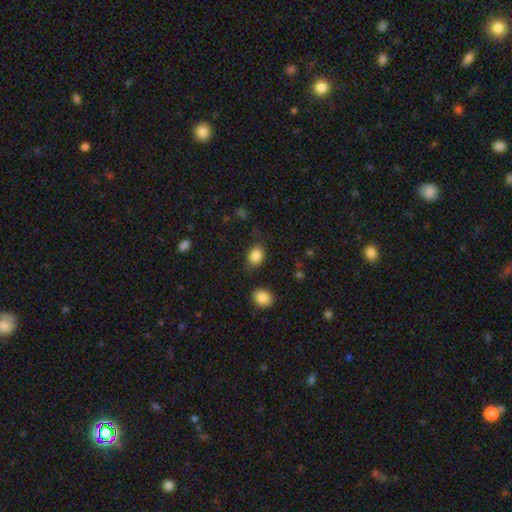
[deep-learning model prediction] This appears to be a smooth galaxy with no disk features (85%) that is in between round and cigar-shaped (64%). Merging: none (77%).